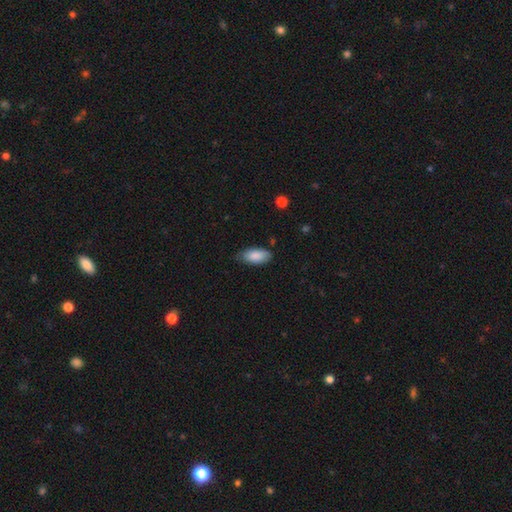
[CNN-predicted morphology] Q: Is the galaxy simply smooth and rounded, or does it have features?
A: smooth — 87%.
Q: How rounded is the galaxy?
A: in between — 92%.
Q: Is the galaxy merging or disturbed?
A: none — 71%.